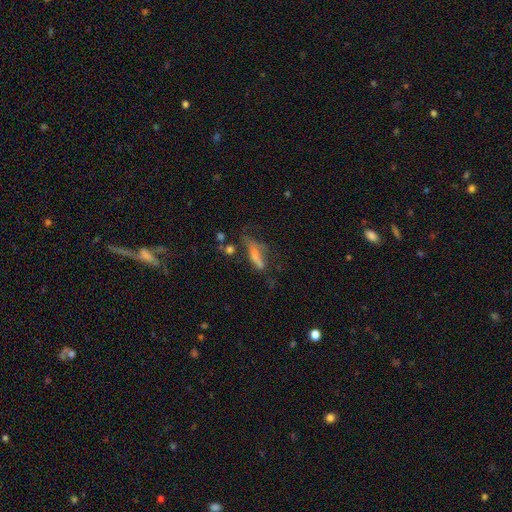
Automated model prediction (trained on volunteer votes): The model was most divided on "merging": major disturbance: 34%, none: 31%, minor disturbance: 23%, merger: 12%. More confident: how rounded — cigar-shaped (61%); smooth or featured — smooth (56%).